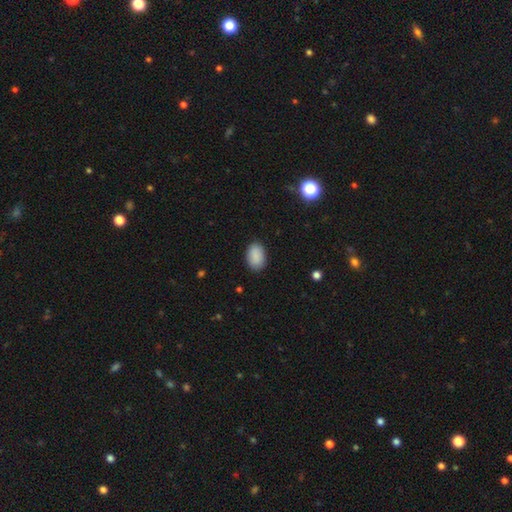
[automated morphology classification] type=smooth (90%); roundness=in between (90%); merging=none (87%).